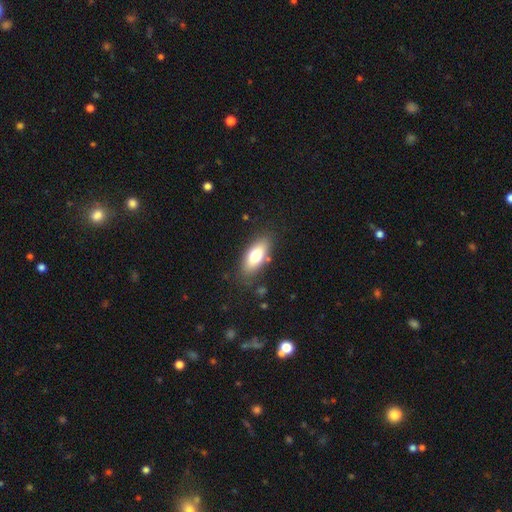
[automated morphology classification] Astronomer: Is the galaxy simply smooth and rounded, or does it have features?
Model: smooth — 74%.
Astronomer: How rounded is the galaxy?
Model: in between — 80%.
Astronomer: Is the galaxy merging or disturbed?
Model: none — 82%.